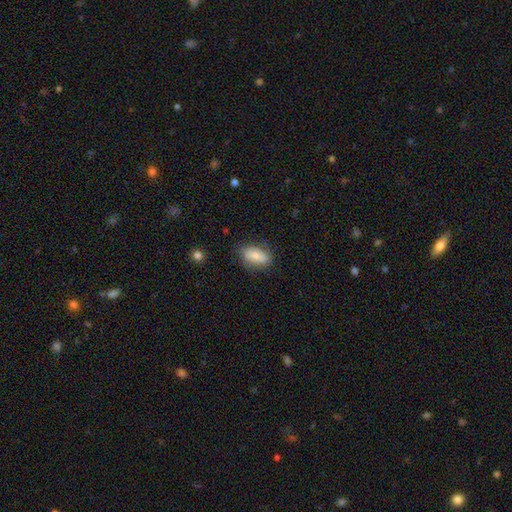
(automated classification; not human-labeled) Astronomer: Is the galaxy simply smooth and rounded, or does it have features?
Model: smooth — 77%.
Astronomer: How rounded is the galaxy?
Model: in between — 89%.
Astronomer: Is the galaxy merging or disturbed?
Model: none — 77%.